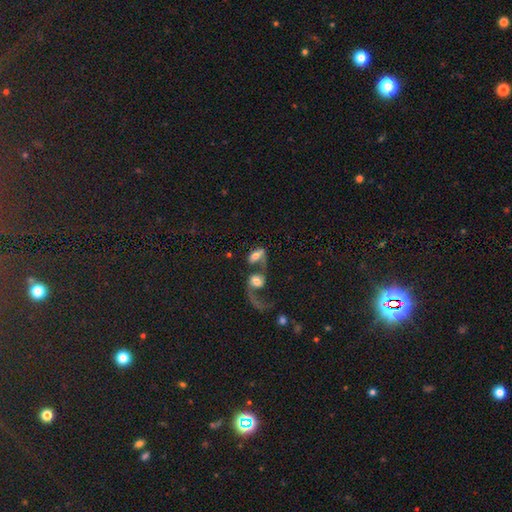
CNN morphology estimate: A smooth galaxy with no disk features (45%).

Vote fractions:
- Smooth or featured? smooth: 45% / featured or disk: 44% / star or artifact: 11%
- Merging? merger: 62% / none: 17% / major disturbance: 14% / minor disturbance: 8%